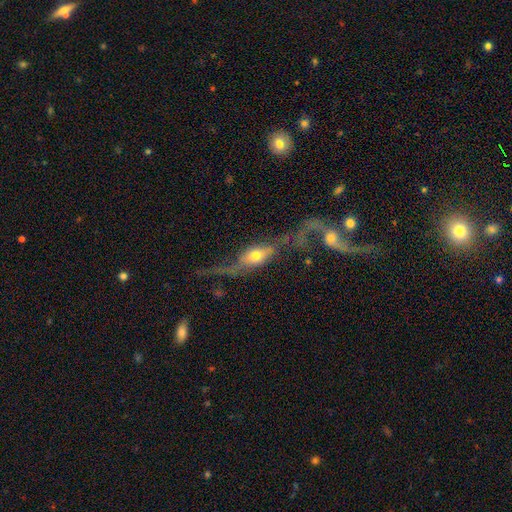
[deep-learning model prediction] Overall: featured or disk (66%; smooth 27%). Edge-on disk: no (53%; yes 47%). Merging: major disturbance (46%; none 26%).